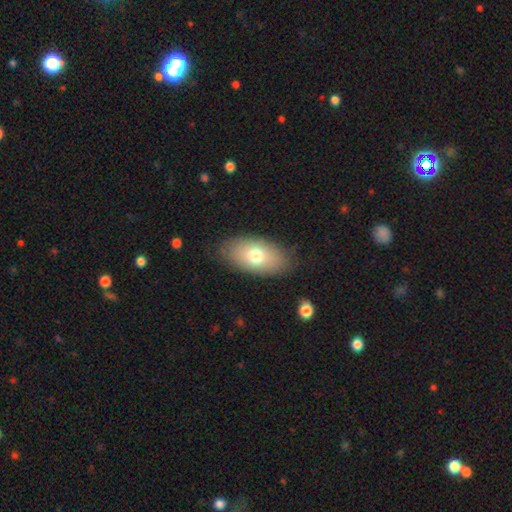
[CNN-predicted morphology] Overall: smooth (73%). How rounded: in between (92%). Merging: none (82%).